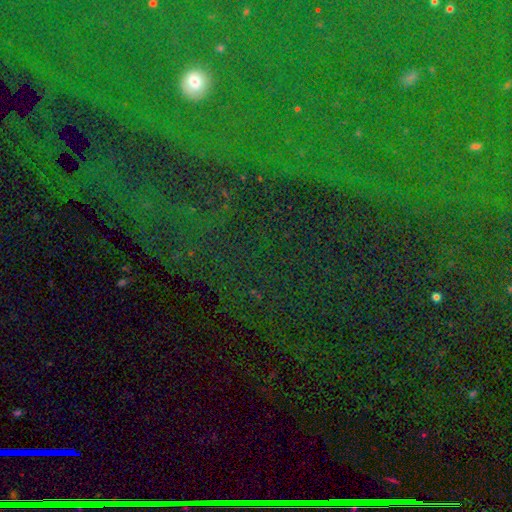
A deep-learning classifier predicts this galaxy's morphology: A star or artifact, not a galaxy (75%).